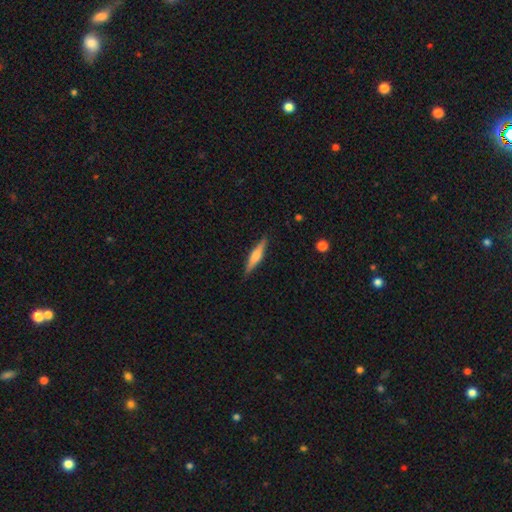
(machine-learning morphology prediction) smooth-or-featured: smooth: 47% (tied) | featured or disk: 47% (tied) | star or artifact: 6%
  merging: none: 89% | minor disturbance: 8% | major disturbance: 2% | merger: 1%